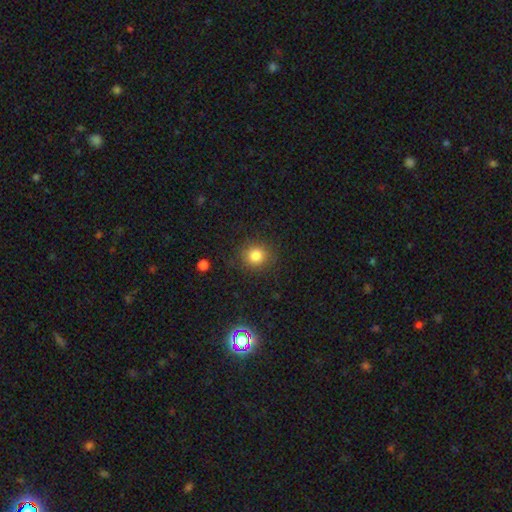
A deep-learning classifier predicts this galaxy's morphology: Smooth or featured: smooth — 82% (star or artifact — 13%)
How rounded: round — 89% (in between — 10%)
Merging: none — 87% (minor disturbance — 9%)